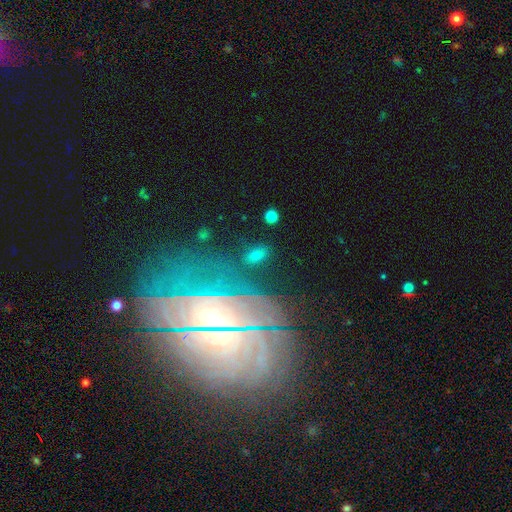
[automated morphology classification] smooth 46%, featured or disk 30%, star or artifact 24%. Down the decision tree: merging — none (75%).